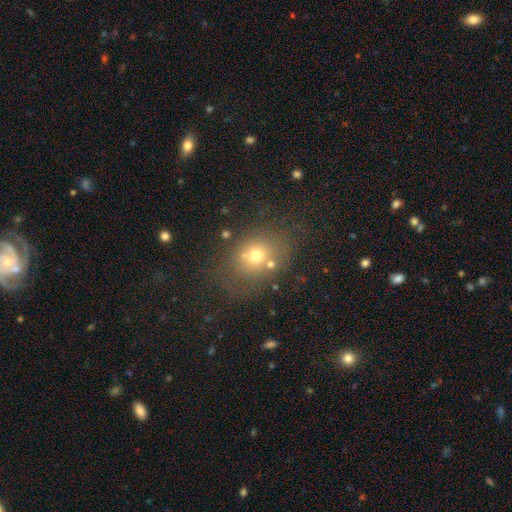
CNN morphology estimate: Smooth or featured? Predicted: smooth (p=0.65). How rounded? Predicted: in between (p=0.53). Merging? Predicted: none (p=0.68).